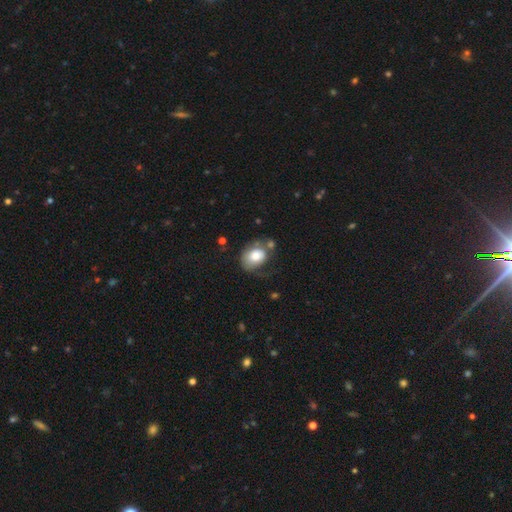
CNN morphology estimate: Smooth or featured? Predicted: smooth (p=0.72). How rounded? Predicted: in between (p=0.65). Merging? Predicted: none (p=0.42).